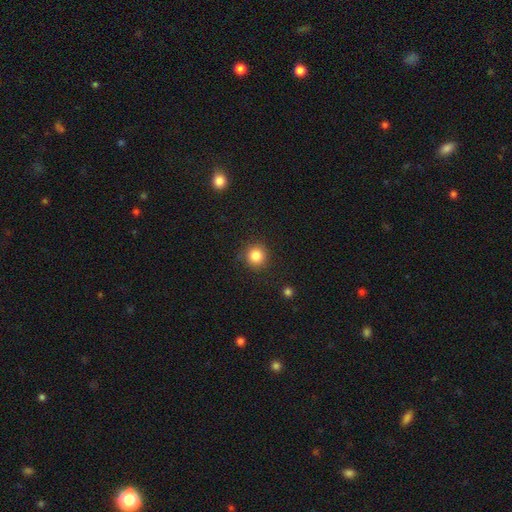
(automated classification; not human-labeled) A smooth galaxy with no disk features (84%) that is round (93%). Merging: none (89%).